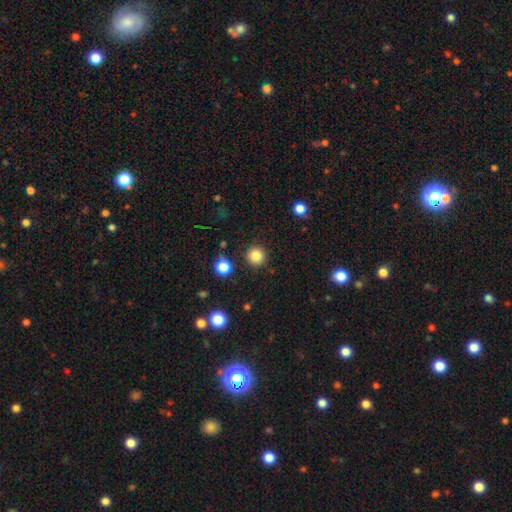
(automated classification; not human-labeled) A smooth galaxy with no disk features (84%) that is round (95%).

Vote fractions:
- Smooth or featured? smooth: 84% / star or artifact: 12% / featured or disk: 5%
- How rounded? round: 95% / in between: 4% / cigar-shaped: 1%
- Merging? none: 91% / minor disturbance: 5% / major disturbance: 2% / merger: 2%